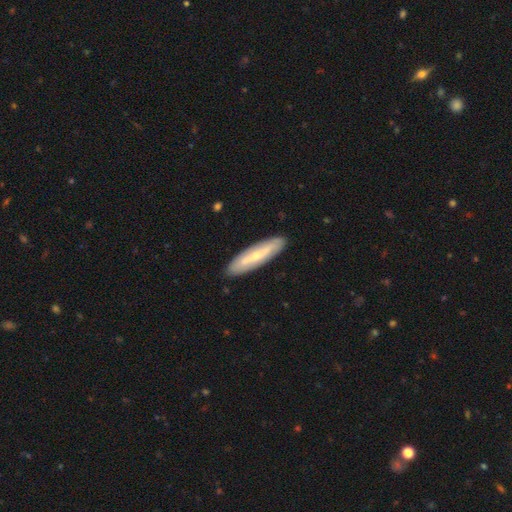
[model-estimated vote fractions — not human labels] smooth_or_featured: featured or disk (p=0.50) [alt: smooth p=0.44]
disk_edge_on: no (p=0.50) [tied with: yes p=0.50]
merging: none (p=0.89) [alt: minor disturbance p=0.08]